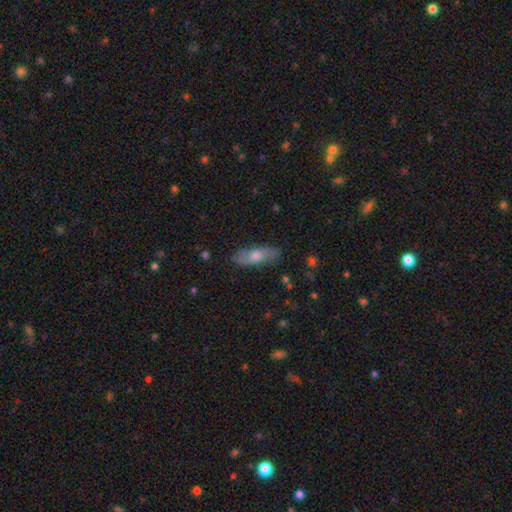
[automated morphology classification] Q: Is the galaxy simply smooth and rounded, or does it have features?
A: smooth — 52%.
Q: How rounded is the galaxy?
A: in between — 58%.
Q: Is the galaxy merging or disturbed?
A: none — 83%.